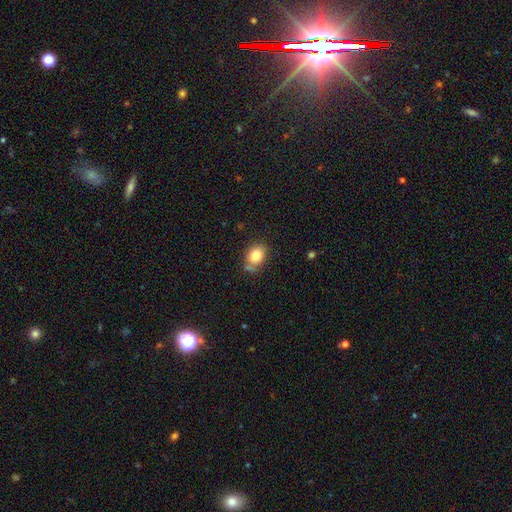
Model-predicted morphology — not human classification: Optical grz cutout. It shows a smooth galaxy with no disk features (82%) that is in between round and cigar-shaped (50%). Merging: none (66%).